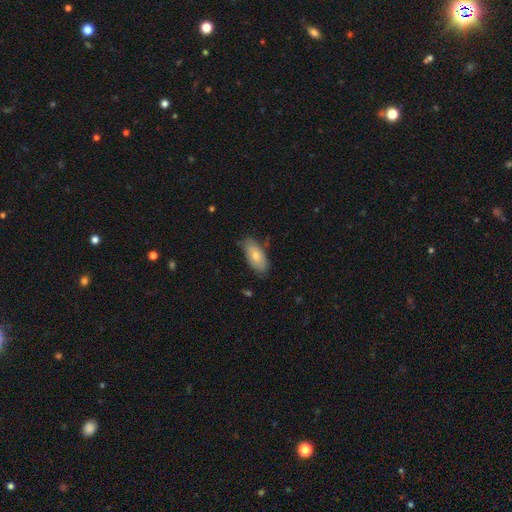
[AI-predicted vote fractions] smooth 74%, featured or disk 20%, star or artifact 6%. Down the decision tree: how rounded — in between (90%); merging — none (73%).